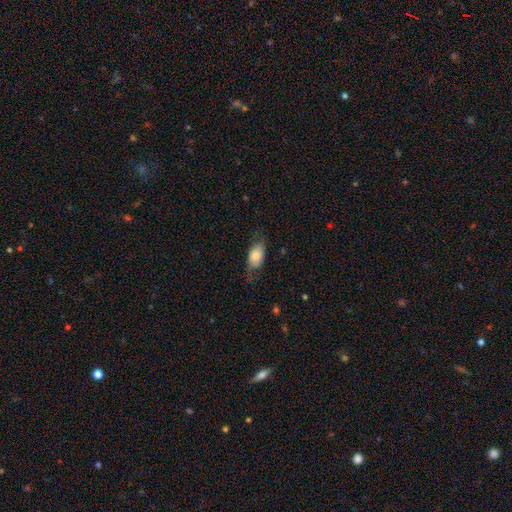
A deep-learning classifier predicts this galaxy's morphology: A smooth galaxy with no disk features (70%) that is in between round and cigar-shaped (87%). Merging: none (62%).